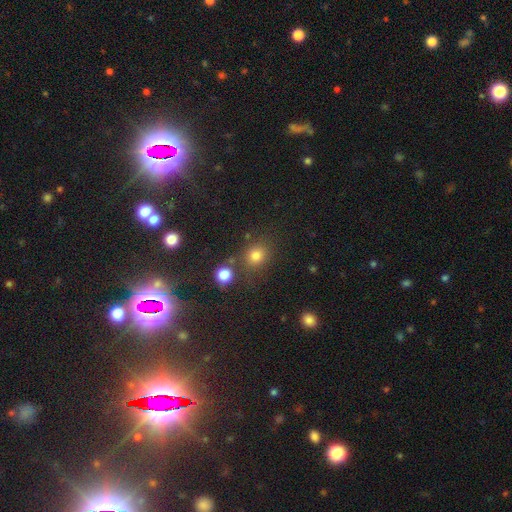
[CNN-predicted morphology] The model was most divided on "how rounded": round: 79%, in between: 20%, cigar-shaped: 1%. More confident: smooth or featured — smooth (76%); merging — none (73%).